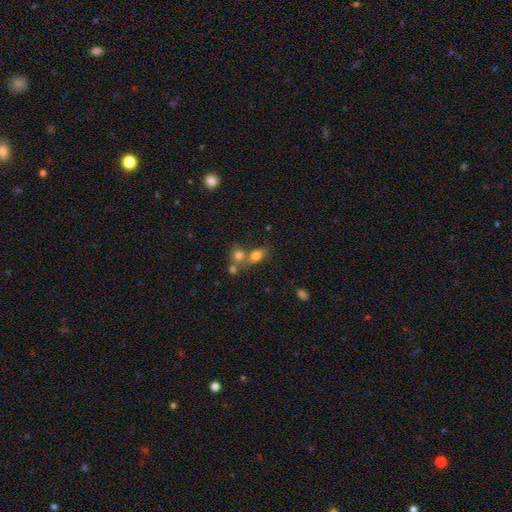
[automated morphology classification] The model was most divided on "merging": merger: 43%, none: 40%, minor disturbance: 11%, major disturbance: 6%. More confident: smooth or featured — smooth (76%); how rounded — in between (67%).